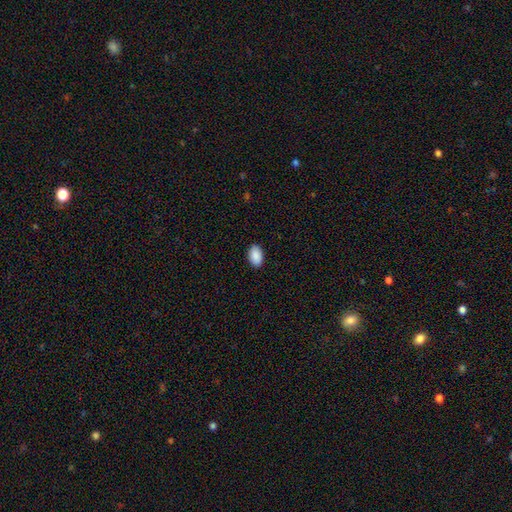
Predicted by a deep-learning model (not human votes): Overall: smooth (91%). How rounded: in between (94%). Merging: none (90%).